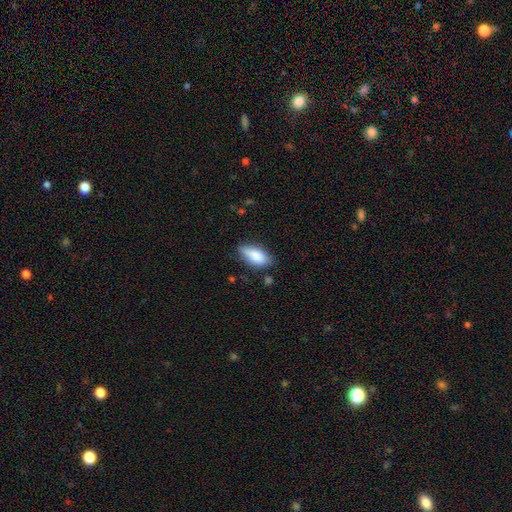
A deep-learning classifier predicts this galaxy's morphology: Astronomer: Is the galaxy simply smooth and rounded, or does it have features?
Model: smooth — 82%.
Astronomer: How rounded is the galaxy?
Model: in between — 84%.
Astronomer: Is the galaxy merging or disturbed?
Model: none — 69%.